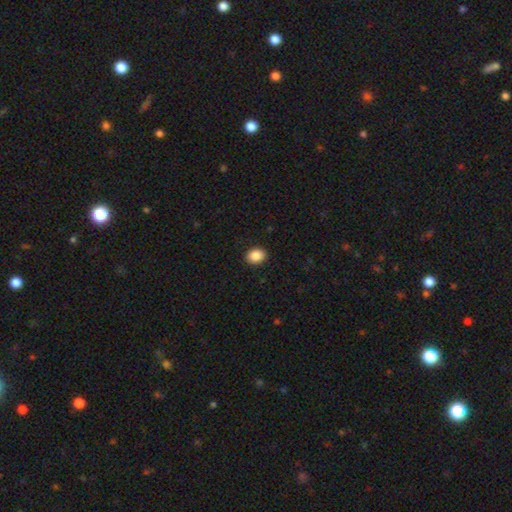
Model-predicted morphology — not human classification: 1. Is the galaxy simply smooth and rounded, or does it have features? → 88% smooth, 8% star or artifact, 4% featured or disk.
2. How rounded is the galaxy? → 56% in between, 43% round, 1% cigar-shaped.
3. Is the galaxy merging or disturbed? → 91% none, 6% minor disturbance, 2% major disturbance, 1% merger.